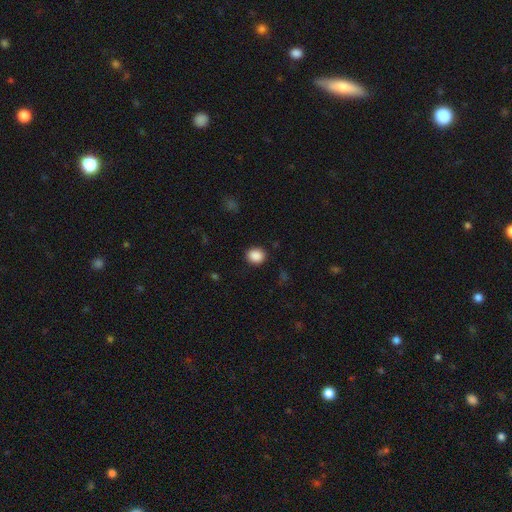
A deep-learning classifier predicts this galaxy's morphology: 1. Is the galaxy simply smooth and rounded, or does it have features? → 88% smooth, 9% star or artifact, 3% featured or disk.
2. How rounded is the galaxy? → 69% round, 30% in between, 1% cigar-shaped.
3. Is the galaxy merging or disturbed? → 89% none, 8% minor disturbance, 3% major disturbance, 1% merger.